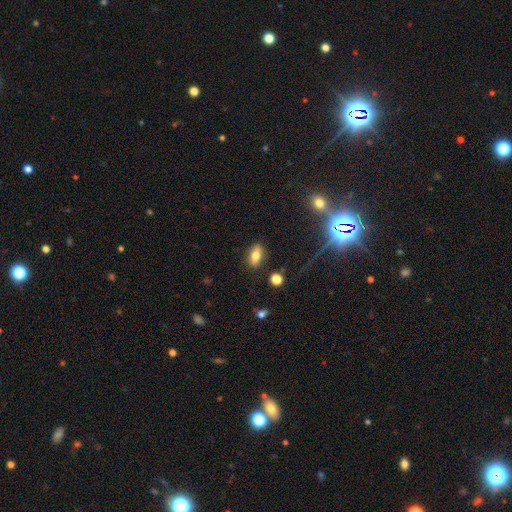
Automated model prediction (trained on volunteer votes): This appears to be a smooth galaxy with no disk features (74%) that is in between round and cigar-shaped (85%). Merging: none (87%).